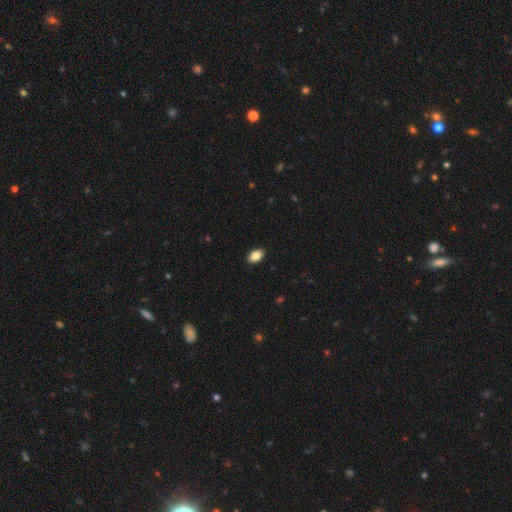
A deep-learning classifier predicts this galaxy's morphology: A smooth galaxy with no disk features (87%) that is in between round and cigar-shaped (87%).

Vote fractions:
- Smooth or featured? smooth: 87% / star or artifact: 8% / featured or disk: 5%
- How rounded? in between: 87% / round: 12% / cigar-shaped: 1%
- Merging? none: 91% / minor disturbance: 7% / major disturbance: 2% / merger: 1%